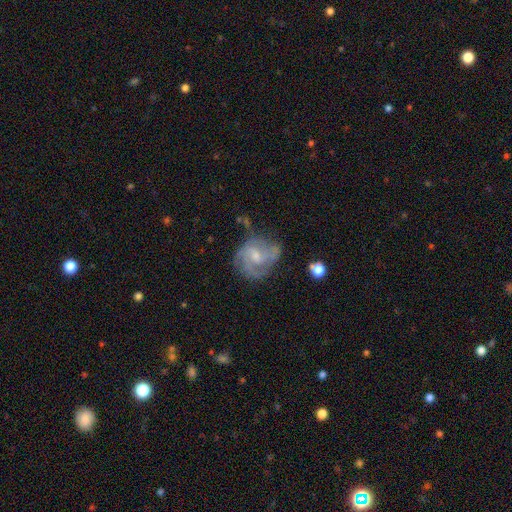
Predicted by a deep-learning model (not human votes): The model was most divided on "spiral arm count": 3: 30%, 2: 29%, can't tell: 26%, 4: 8%, 1: 5%, more than 4: 4%. Remaining: edge-on disk — no (98%); spiral arms — yes (90%); smooth or featured — featured or disk (76%); merging — none (56%); bulge size — small (49%); bar — no (48%); spiral winding — medium (46%).